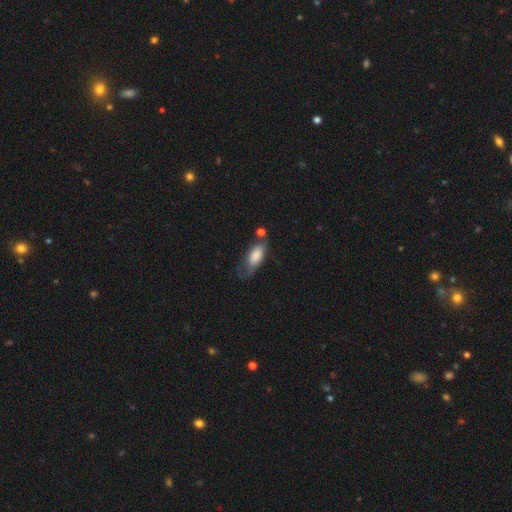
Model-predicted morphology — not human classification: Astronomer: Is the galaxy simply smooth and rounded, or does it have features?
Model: smooth — 73%.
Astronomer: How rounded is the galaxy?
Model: in between — 84%.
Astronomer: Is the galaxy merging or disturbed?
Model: none — 43% (runner-up: minor disturbance, 30%).